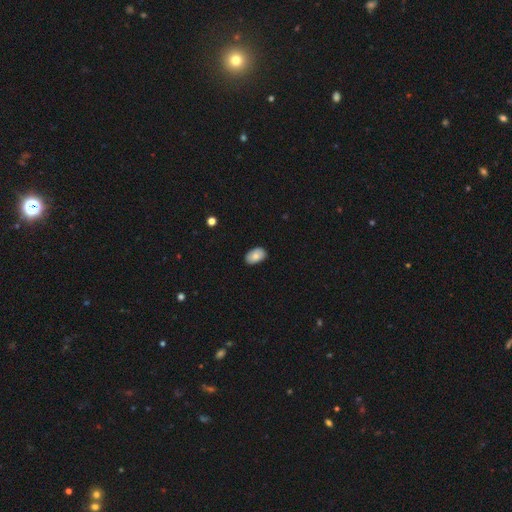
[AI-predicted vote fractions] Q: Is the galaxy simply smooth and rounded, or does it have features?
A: smooth — 84%.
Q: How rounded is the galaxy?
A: in between — 92%.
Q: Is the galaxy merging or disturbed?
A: none — 85%.